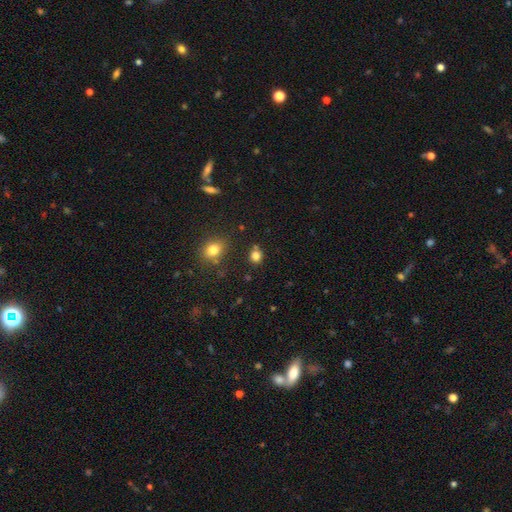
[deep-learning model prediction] A smooth galaxy with no disk features (81%) that is round (75%). Merging: none (76%).